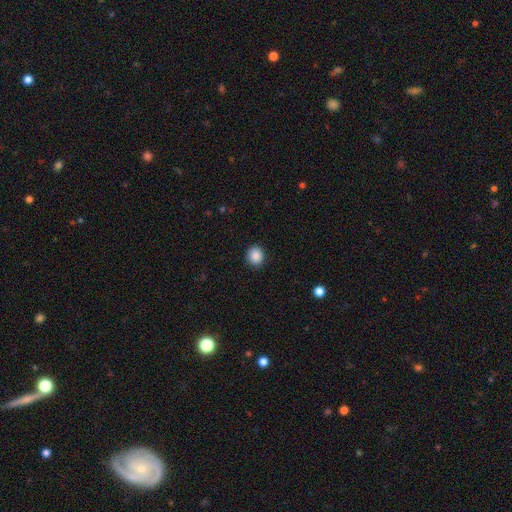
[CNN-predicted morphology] This is clearly a smooth galaxy (88%). How rounded: likely round (79%). Merging: clearly none (90%).